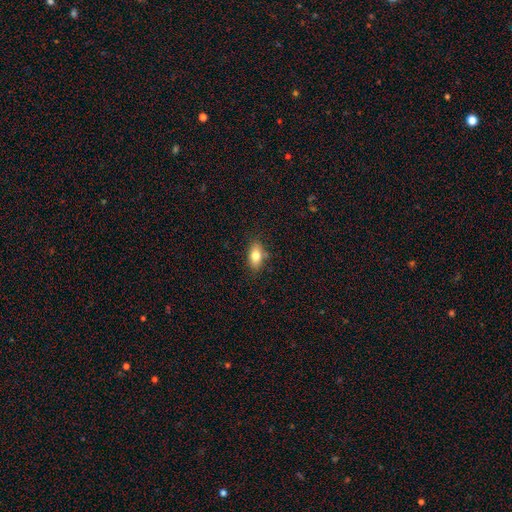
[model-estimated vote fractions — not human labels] This appears to be a smooth galaxy with no disk features (78%) that is in between round and cigar-shaped (87%). Merging: none (80%).